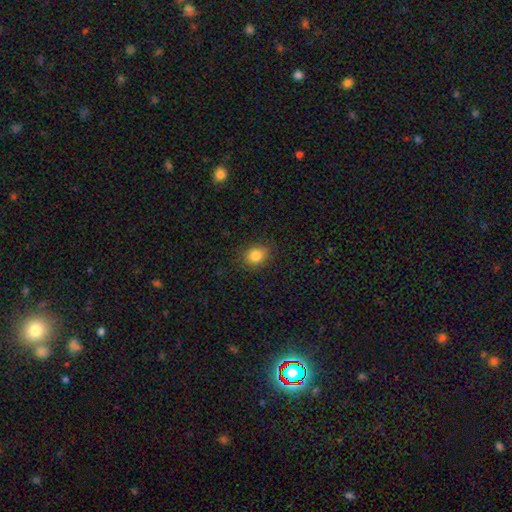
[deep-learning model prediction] smooth_or_featured: smooth (p=0.84) [alt: star or artifact p=0.11]
how_rounded: round (p=0.61) [alt: in between p=0.38]
merging: none (p=0.83) [alt: minor disturbance p=0.12]